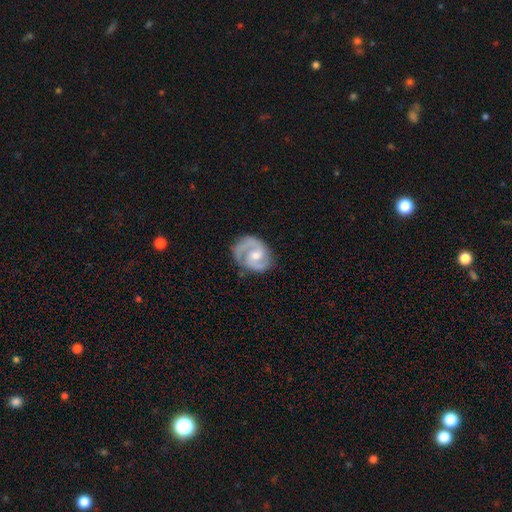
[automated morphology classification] Q: Smooth or featured?
A: featured or disk (88%); runner-up: smooth (7%)
Q: Edge-on disk?
A: no (98%); runner-up: yes (2%)
Q: Bar?
A: weak (46%); runner-up: no (42%)
Q: Spiral arms?
A: yes (97%); runner-up: no (3%)
Q: Spiral winding?
A: medium (52%); runner-up: tight (37%)
Q: Spiral arm count?
A: 2 (89%); runner-up: can't tell (3%)
Q: Bulge size?
A: moderate (57%); runner-up: small (37%)
Q: Merging?
A: none (78%); runner-up: minor disturbance (16%)